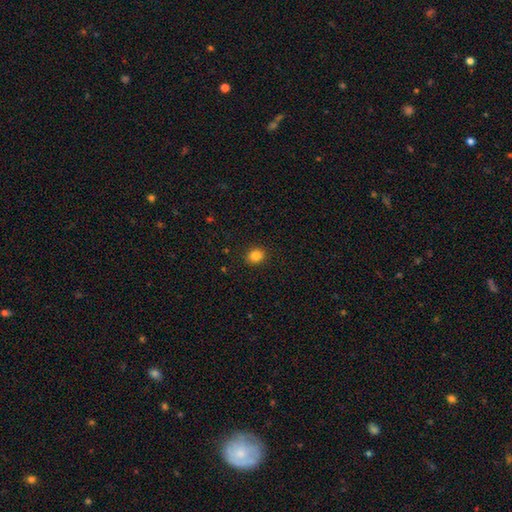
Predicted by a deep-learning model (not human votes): smooth 84%, star or artifact 11%, featured or disk 5%. Down the decision tree: how rounded — round (71%); merging — none (91%).